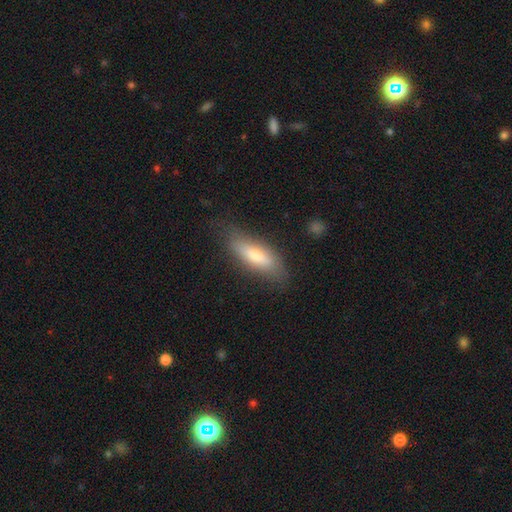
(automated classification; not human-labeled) Smooth or featured?
  - smooth: 71% *
  - featured or disk: 23%
  - star or artifact: 6%
How rounded?
  - in between: 51% *
  - cigar-shaped: 47%
  - round: 2%
Merging?
  - none: 74% *
  - minor disturbance: 19%
  - major disturbance: 6%
  - merger: 1%